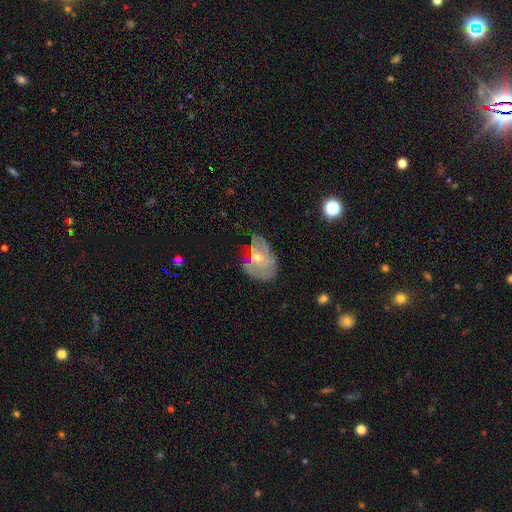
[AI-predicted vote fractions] This appears to be a featured or disk galaxy (53%) with no bar (75%), no spiral arms (57%) and a small central bulge (50%). Merging: none (39%).